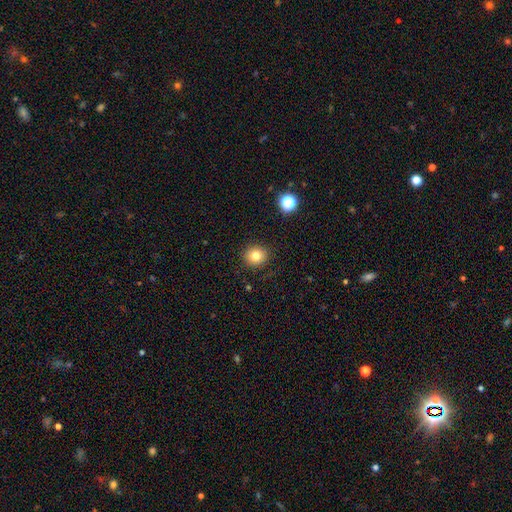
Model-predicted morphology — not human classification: The model was most divided on "smooth or featured": smooth: 80%, star or artifact: 12%, featured or disk: 8%. More confident: merging — none (89%); how rounded — round (85%).